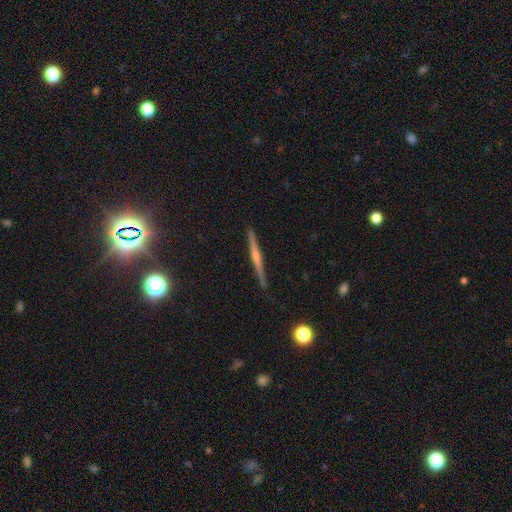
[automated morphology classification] Q: Smooth or featured?
A: featured or disk (70%); runner-up: smooth (20%)
Q: Edge-on disk?
A: yes (98%); runner-up: no (2%)
Q: Edge-on bulge?
A: rounded (68%); runner-up: none (24%)
Q: Merging?
A: none (90%); runner-up: minor disturbance (7%)